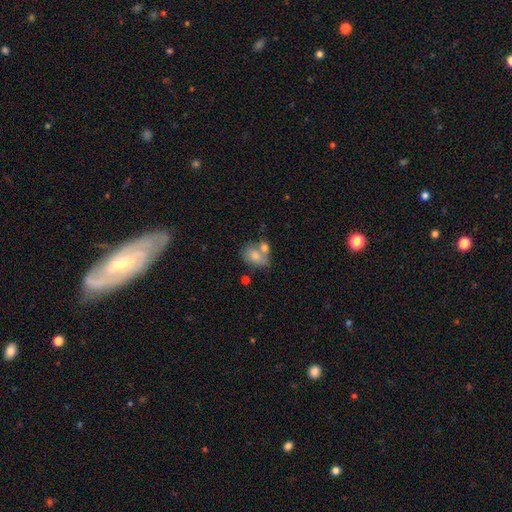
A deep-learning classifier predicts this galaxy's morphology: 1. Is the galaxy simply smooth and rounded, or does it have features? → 73% smooth, 19% featured or disk, 8% star or artifact.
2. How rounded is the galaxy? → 71% in between, 27% round, 2% cigar-shaped.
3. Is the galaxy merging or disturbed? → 42% merger, 36% none, 15% minor disturbance, 6% major disturbance.